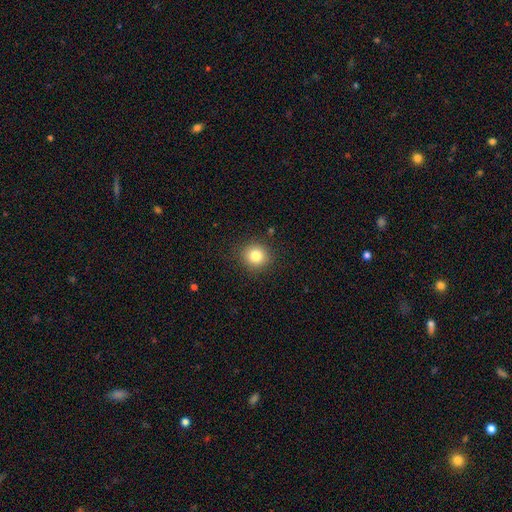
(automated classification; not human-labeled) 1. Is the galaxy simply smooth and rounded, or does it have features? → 82% smooth, 11% star or artifact, 7% featured or disk.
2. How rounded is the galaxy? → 89% round, 10% in between, 1% cigar-shaped.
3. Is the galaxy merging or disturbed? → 89% none, 7% minor disturbance, 2% major disturbance, 1% merger.